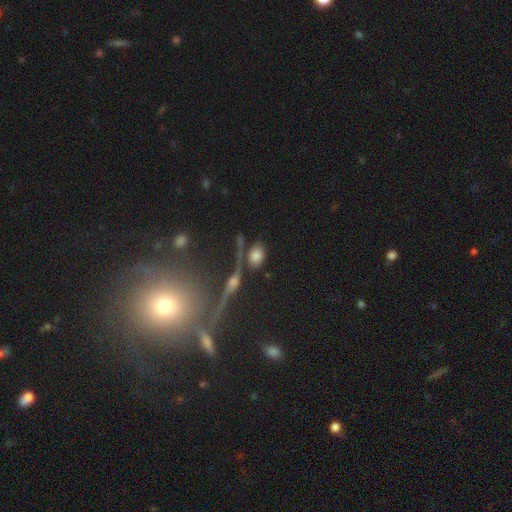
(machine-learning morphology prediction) smooth_or_featured: smooth (p=0.72) [alt: featured or disk p=0.14]
how_rounded: in between (p=0.70) [alt: round p=0.26]
merging: none (p=0.65) [alt: minor disturbance p=0.17]